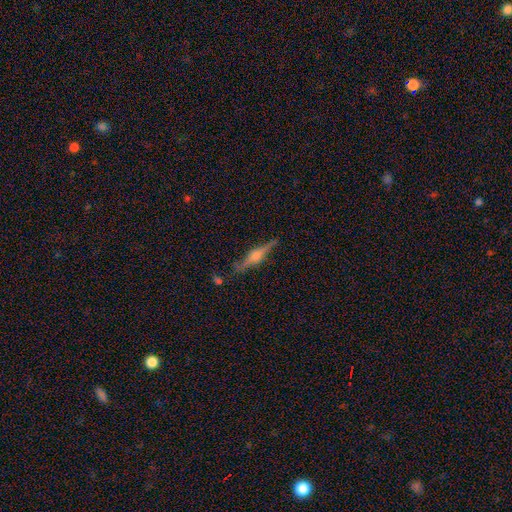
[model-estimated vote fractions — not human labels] smooth-or-featured: featured or disk: 81% | smooth: 12% | star or artifact: 6%
  disk-edge-on: yes: 97% | no: 3%
    edge-on-bulge: rounded: 86% | boxy: 10% | none: 3%
  merging: none: 86% | minor disturbance: 9% | merger: 2% | major disturbance: 2%